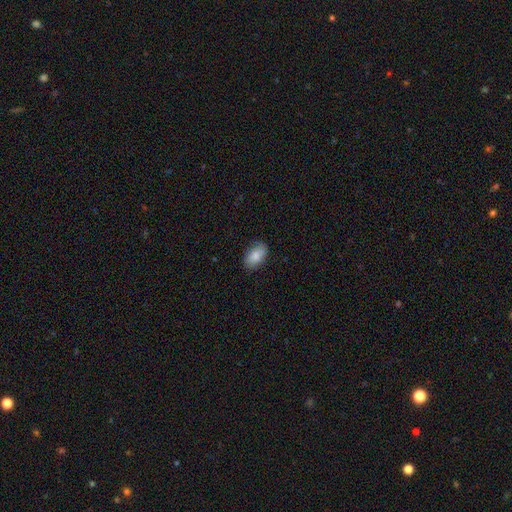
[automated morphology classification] Overall: smooth (80%). How rounded: in between (92%). Merging: none (83%).